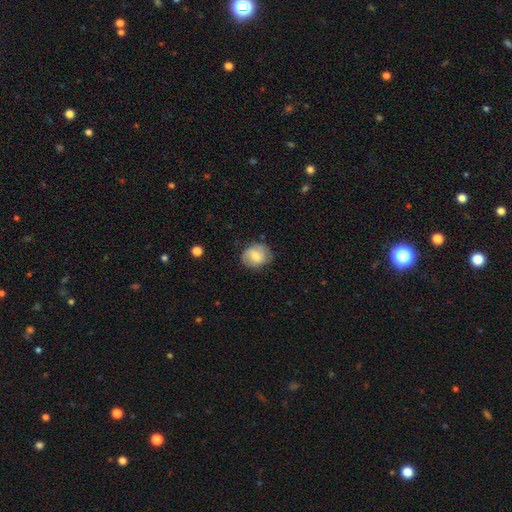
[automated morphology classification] smooth 56%, featured or disk 36%, star or artifact 8%. Down the decision tree: how rounded — round (71%); merging — none (73%).